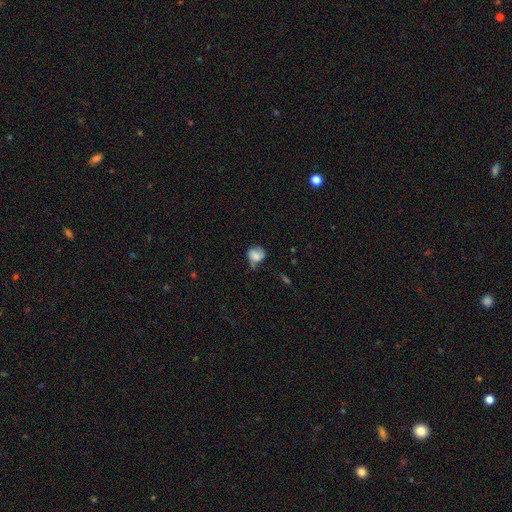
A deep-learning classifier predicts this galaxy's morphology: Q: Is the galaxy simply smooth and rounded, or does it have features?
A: smooth — 61%.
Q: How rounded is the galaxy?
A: round — 57%.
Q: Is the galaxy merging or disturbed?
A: none — 39%.